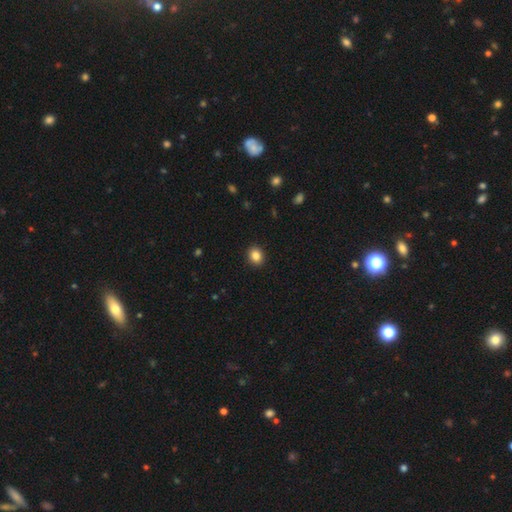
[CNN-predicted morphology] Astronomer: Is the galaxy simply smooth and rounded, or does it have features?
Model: smooth — 85%.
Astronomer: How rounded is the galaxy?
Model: round — 57% (runner-up: in between, 42%).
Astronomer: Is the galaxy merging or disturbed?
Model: none — 92%.